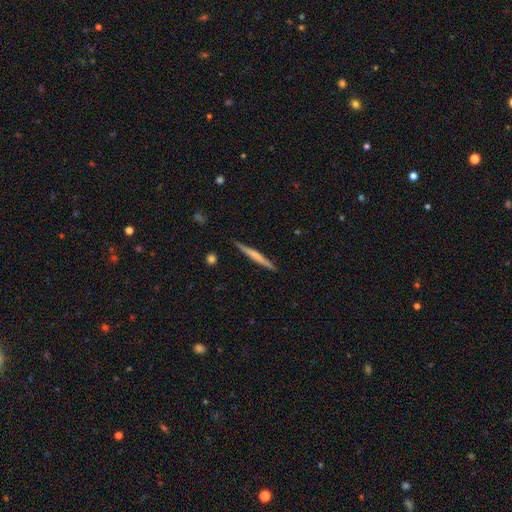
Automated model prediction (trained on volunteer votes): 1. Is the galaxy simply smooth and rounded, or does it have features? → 51% smooth, 44% featured or disk, 5% star or artifact.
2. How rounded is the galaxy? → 96% cigar-shaped, 2% in between, 1% round.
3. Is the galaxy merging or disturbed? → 89% none, 8% minor disturbance, 1% major disturbance, 1% merger.